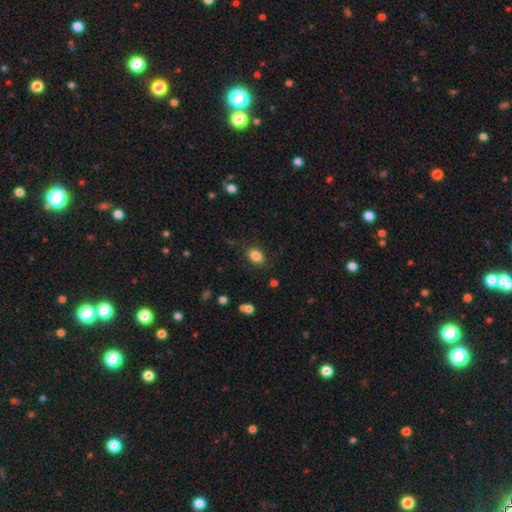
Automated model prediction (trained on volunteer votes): Smooth or featured? Predicted: smooth (p=0.85). How rounded? Predicted: in between (p=0.72). Merging? Predicted: none (p=0.84).